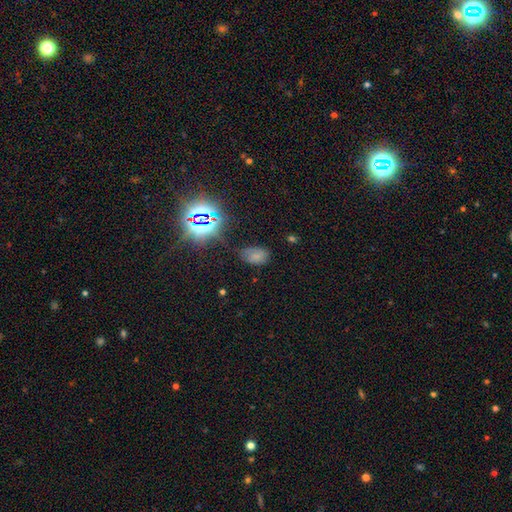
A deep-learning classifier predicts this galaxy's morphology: Smooth or featured? Predicted: smooth (p=0.63). How rounded? Predicted: in between (p=0.88). Merging? Predicted: none (p=0.64).